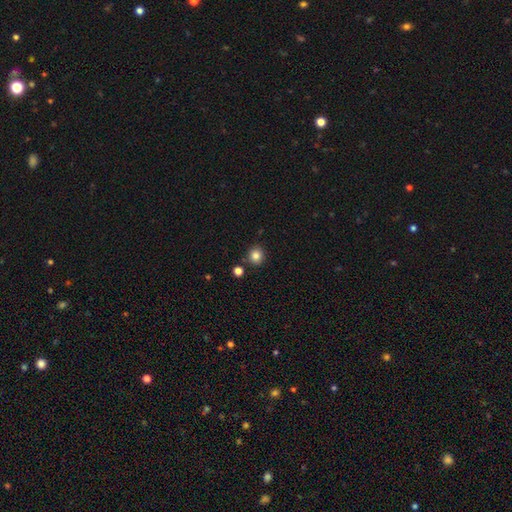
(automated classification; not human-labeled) Morphology: type=smooth (84%); roundness=round (90%); merging=none (86%).